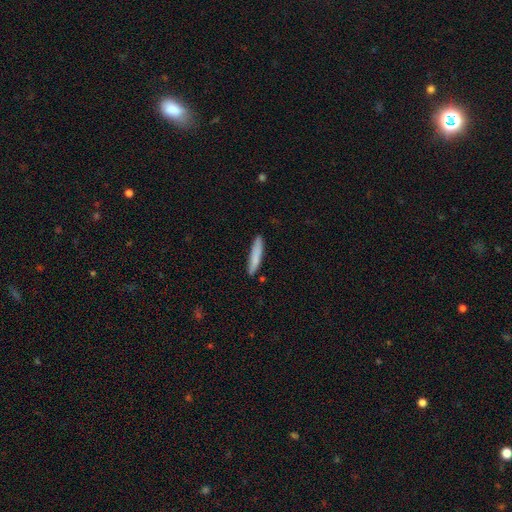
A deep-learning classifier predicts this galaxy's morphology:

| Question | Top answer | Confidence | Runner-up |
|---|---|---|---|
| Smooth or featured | smooth | 80% | featured or disk (14%) |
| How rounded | cigar-shaped | 90% | in between (9%) |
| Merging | none | 85% | minor disturbance (11%) |